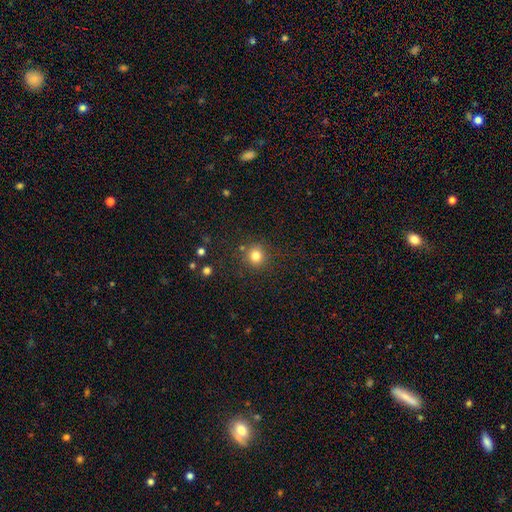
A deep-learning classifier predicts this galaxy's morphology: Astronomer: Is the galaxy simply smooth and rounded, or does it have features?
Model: smooth — 81%.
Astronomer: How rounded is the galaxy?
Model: round — 92%.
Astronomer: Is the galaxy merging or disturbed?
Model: none — 85%.